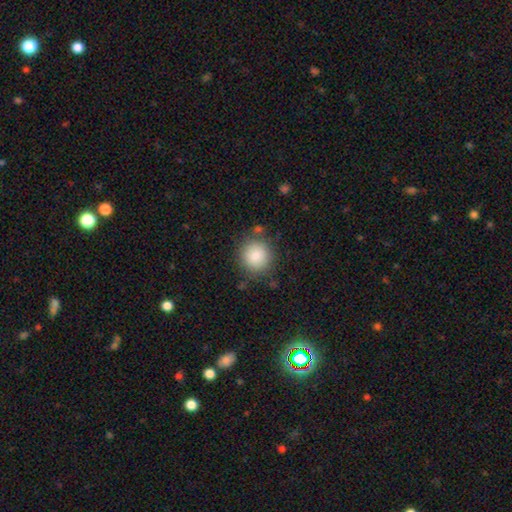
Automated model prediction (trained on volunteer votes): smooth 85%, star or artifact 9%, featured or disk 6%. Down the decision tree: how rounded — round (90%); merging — none (82%).